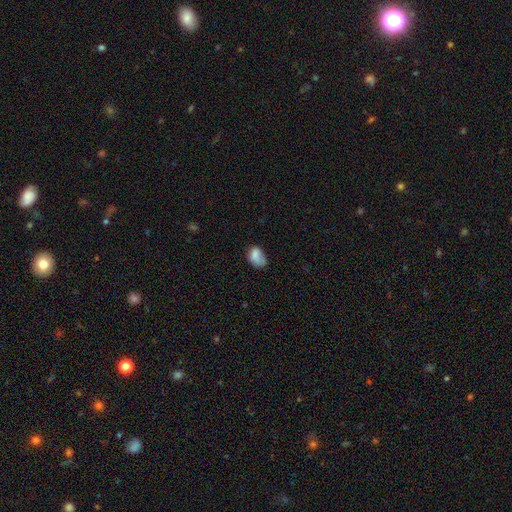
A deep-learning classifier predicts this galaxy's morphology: This is likely a smooth galaxy (78%). How rounded: clearly in between (81%). Merging: marginally none (44%).